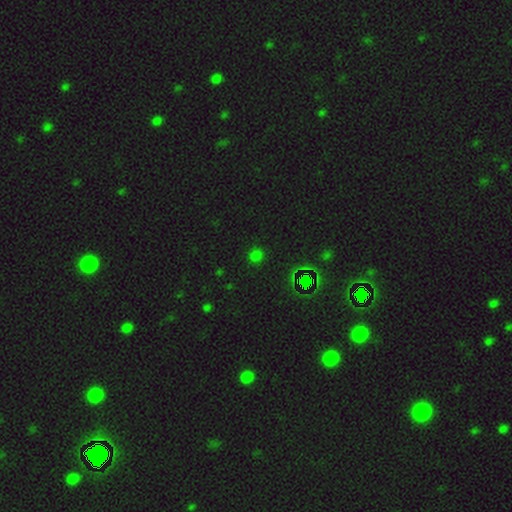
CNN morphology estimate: Smooth or featured: smooth — 56% (star or artifact — 38%)
How rounded: round — 86% (in between — 12%)
Merging: none — 87% (minor disturbance — 8%)